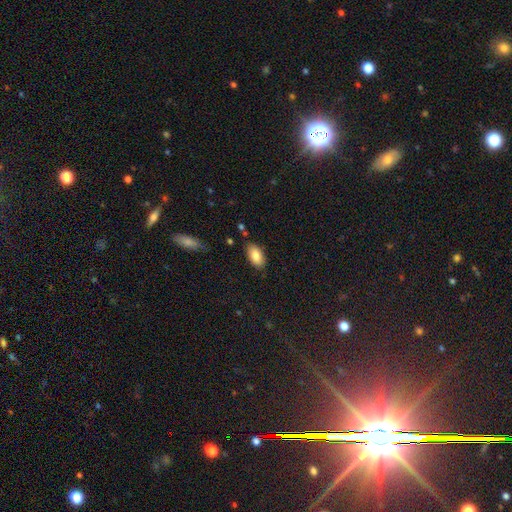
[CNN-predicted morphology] The model was most divided on "merging": none: 81%, minor disturbance: 14%, major disturbance: 3%, merger: 2%. More confident: how rounded — in between (93%); smooth or featured — smooth (85%).